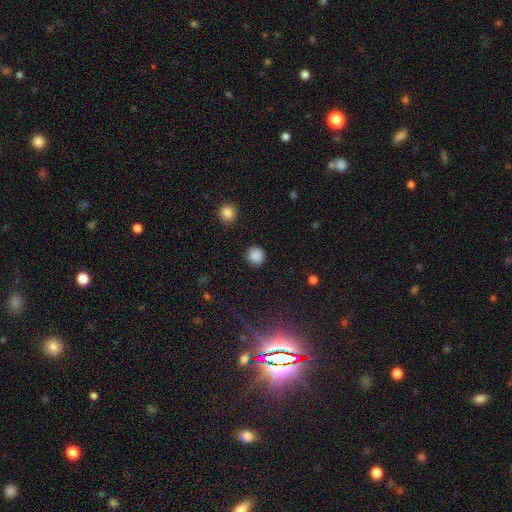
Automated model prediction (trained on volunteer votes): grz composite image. It shows a smooth galaxy with no disk features (87%) that is round (90%). Merging: none (90%).